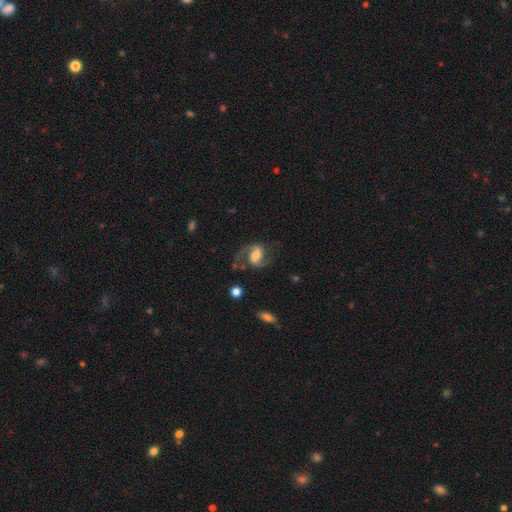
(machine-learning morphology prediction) Q: Smooth or featured?
A: featured or disk (85%); runner-up: smooth (9%)
Q: Edge-on disk?
A: no (98%); runner-up: yes (2%)
Q: Bar?
A: weak (45%); runner-up: no (33%)
Q: Spiral arms?
A: yes (96%); runner-up: no (4%)
Q: Spiral winding?
A: medium (53%); runner-up: loose (37%)
Q: Spiral arm count?
A: 2 (92%); runner-up: 1 (3%)
Q: Bulge size?
A: moderate (51%); runner-up: small (22%)
Q: Merging?
A: none (69%); runner-up: minor disturbance (16%)